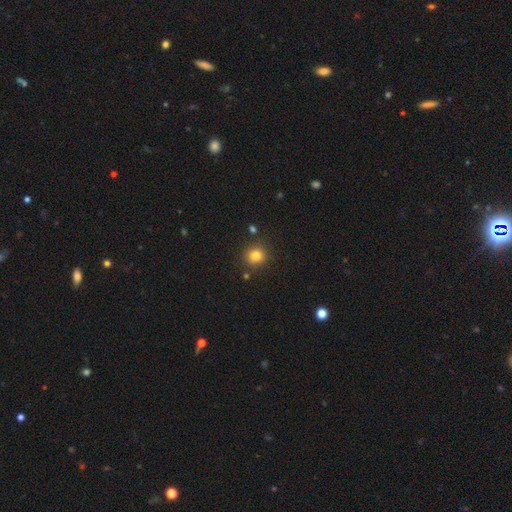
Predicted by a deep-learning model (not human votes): The model was most divided on "smooth or featured": smooth: 82%, star or artifact: 13%, featured or disk: 6%. More confident: how rounded — round (86%); merging — none (84%).